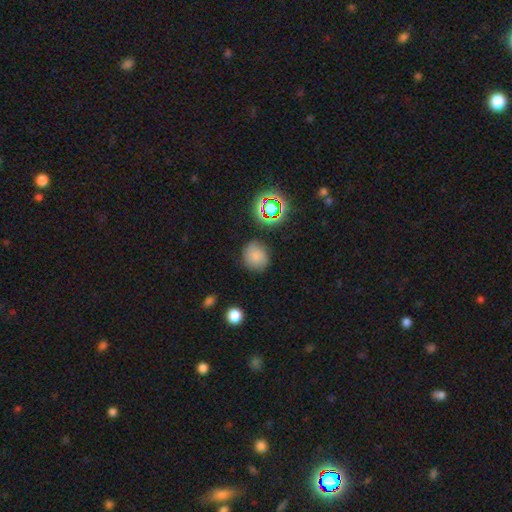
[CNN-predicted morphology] Overall: smooth (75%). How rounded: round (79%). Merging: none (80%).